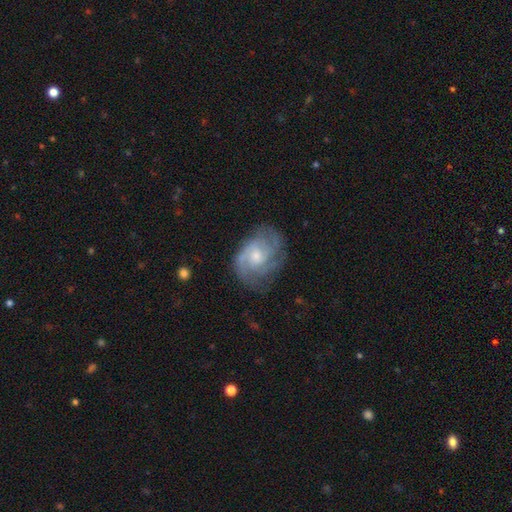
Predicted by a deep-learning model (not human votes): This appears to be a featured or disk galaxy (81%) with no bar (66%), 3 (30%) tight (51%) spiral arms (95%) and a moderate central bulge (53%). Merging: none (69%).